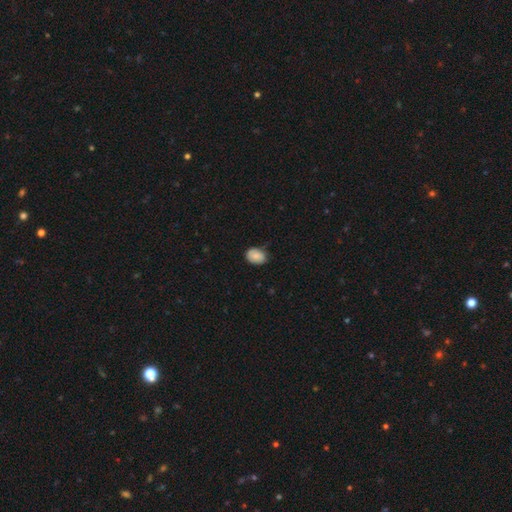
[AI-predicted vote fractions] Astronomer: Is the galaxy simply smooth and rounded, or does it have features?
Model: smooth — 81%.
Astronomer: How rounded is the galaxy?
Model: in between — 71%.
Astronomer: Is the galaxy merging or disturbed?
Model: none — 70%.